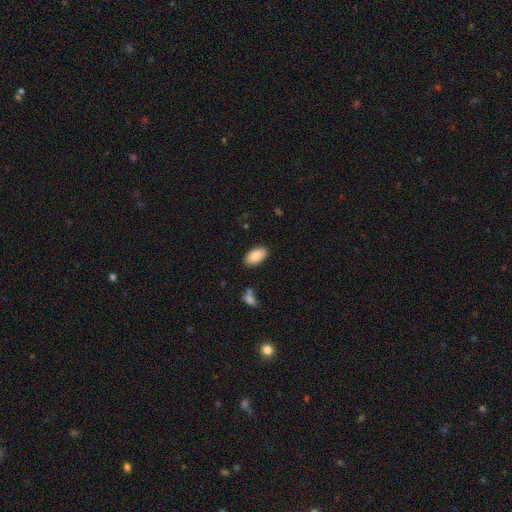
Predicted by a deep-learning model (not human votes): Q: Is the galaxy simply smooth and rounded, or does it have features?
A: smooth — 88%.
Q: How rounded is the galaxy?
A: in between — 95%.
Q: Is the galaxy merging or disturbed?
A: none — 86%.